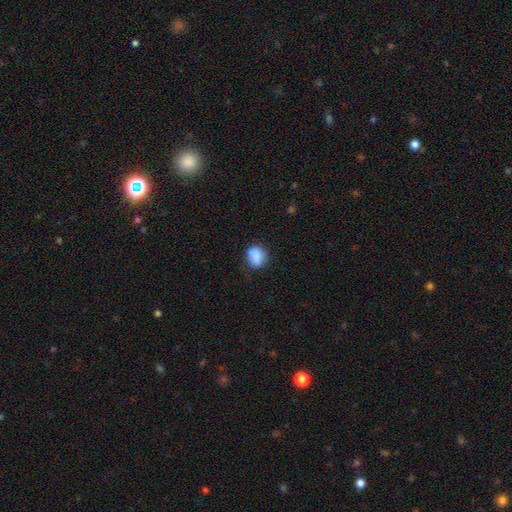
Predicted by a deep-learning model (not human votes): A smooth galaxy with no disk features (82%) that is round (61%).

Vote fractions:
- Smooth or featured? smooth: 82% / featured or disk: 9% / star or artifact: 8%
- How rounded? round: 61% / in between: 38% / cigar-shaped: 1%
- Merging? none: 67% / minor disturbance: 23% / major disturbance: 6% / merger: 3%